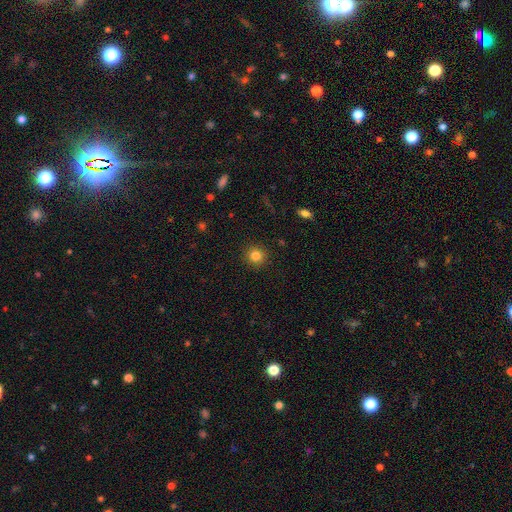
This appears to be a smooth galaxy with no disk features (79%) that is round (97%). Merging: none (89%).